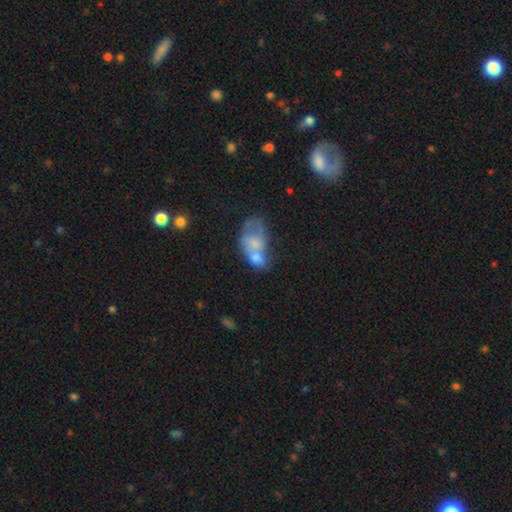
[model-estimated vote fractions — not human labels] This is possibly a smooth galaxy (47%). Merging: possibly merger (52%).